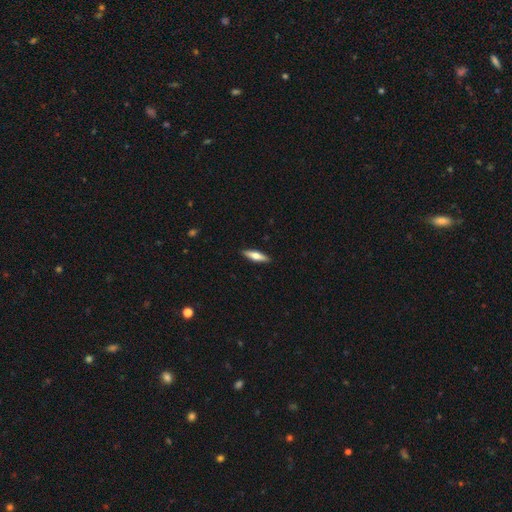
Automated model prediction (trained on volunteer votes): Overall: smooth (60%; featured or disk 34%). How rounded: cigar-shaped (69%; in between 29%). Merging: none (90%).